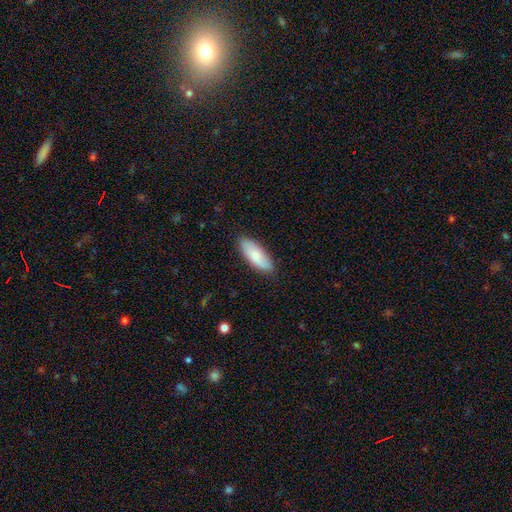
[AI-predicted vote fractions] smooth 75%, featured or disk 19%, star or artifact 6%. Down the decision tree: how rounded — in between (76%); merging — none (84%).